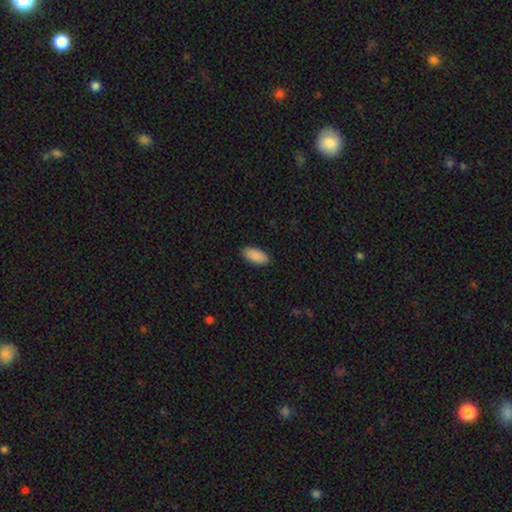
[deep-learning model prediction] A smooth galaxy with no disk features (91%) that is in between round and cigar-shaped (91%). Merging: none (89%).